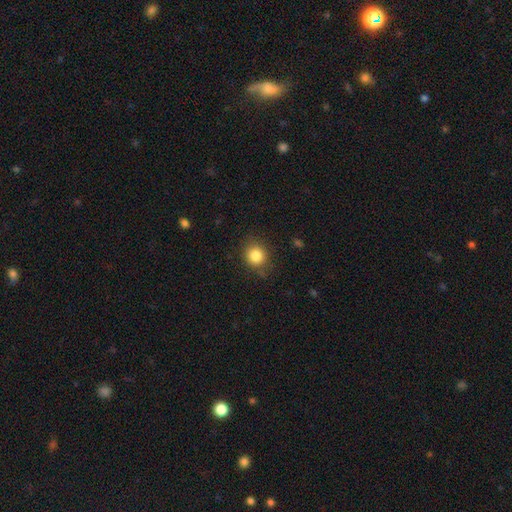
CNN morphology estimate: The model was most divided on "how rounded": round: 80%, in between: 19%, cigar-shaped: 1%. More confident: smooth or featured — smooth (83%); merging — none (81%).